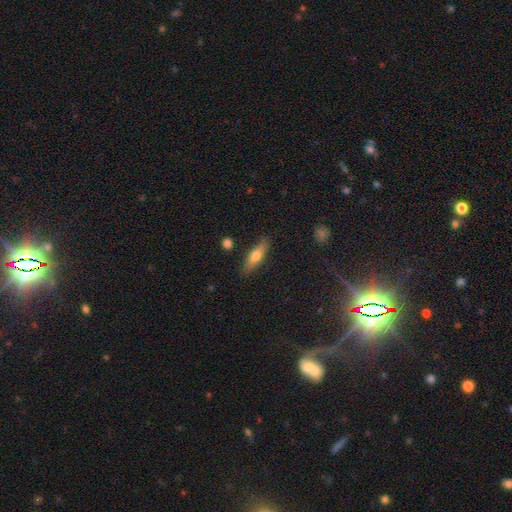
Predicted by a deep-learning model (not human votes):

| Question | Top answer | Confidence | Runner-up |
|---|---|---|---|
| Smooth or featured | smooth | 61% | featured or disk (32%) |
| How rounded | cigar-shaped | 59% | in between (38%) |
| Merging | none | 85% | minor disturbance (10%) |